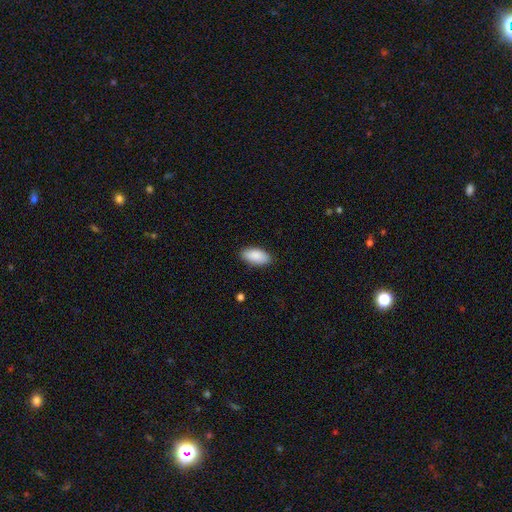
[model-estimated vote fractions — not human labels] smooth 90%, star or artifact 6%, featured or disk 4%. Down the decision tree: how rounded — in between (94%); merging — none (88%).